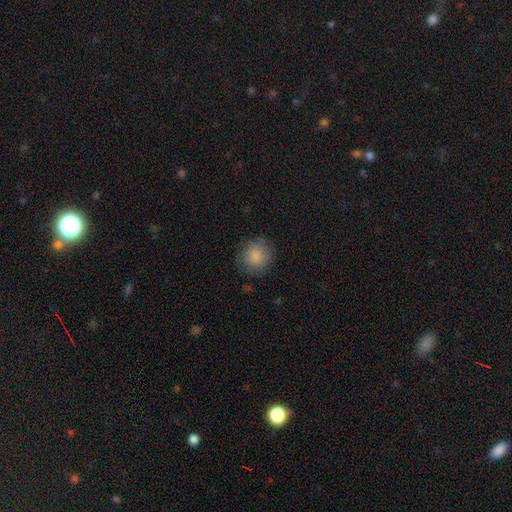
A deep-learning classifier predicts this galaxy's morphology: Q: Smooth or featured?
A: smooth (87%); runner-up: star or artifact (8%)
Q: How rounded?
A: round (88%); runner-up: in between (11%)
Q: Merging?
A: none (83%); runner-up: minor disturbance (13%)